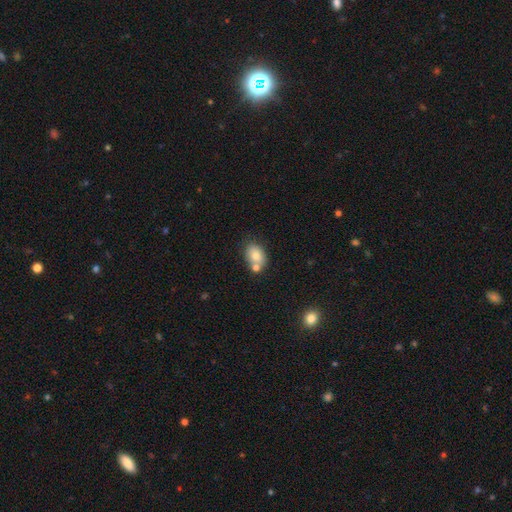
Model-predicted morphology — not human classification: This appears to be a smooth galaxy with no disk features (78%) that is in between round and cigar-shaped (70%). Merging: none (54%).